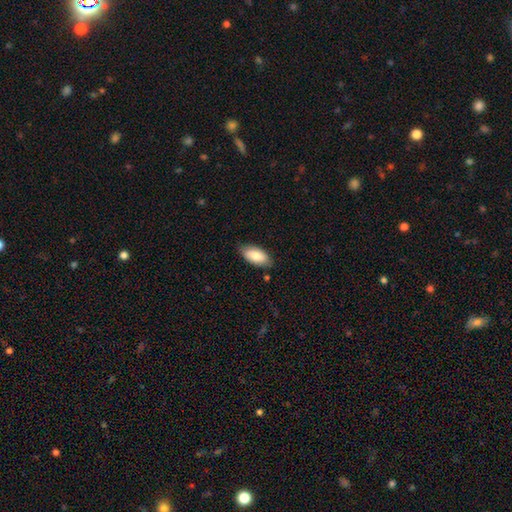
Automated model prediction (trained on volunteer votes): A smooth galaxy with no disk features (82%) that is in between round and cigar-shaped (92%).

Vote fractions:
- Smooth or featured? smooth: 82% / featured or disk: 11% / star or artifact: 6%
- How rounded? in between: 92% / cigar-shaped: 6% / round: 2%
- Merging? none: 82% / minor disturbance: 15% / major disturbance: 2% / merger: 1%